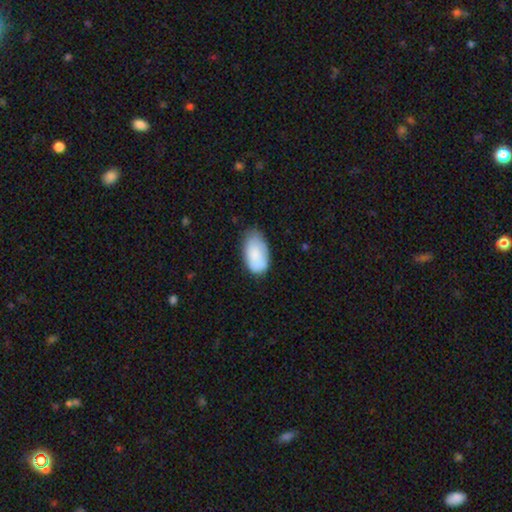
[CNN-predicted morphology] This appears to be a smooth galaxy with no disk features (82%) that is in between round and cigar-shaped (95%). Merging: none (61%).